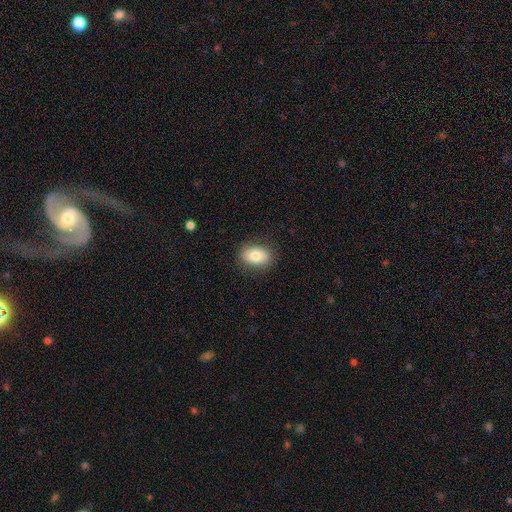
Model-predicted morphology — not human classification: Smooth or featured? Predicted: smooth (p=0.81). How rounded? Predicted: in between (p=0.82). Merging? Predicted: none (p=0.86).